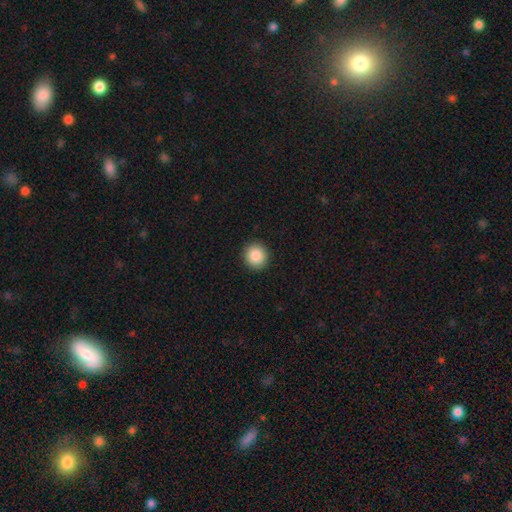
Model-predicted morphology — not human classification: type=smooth (88%); roundness=round (92%); merging=none (92%).